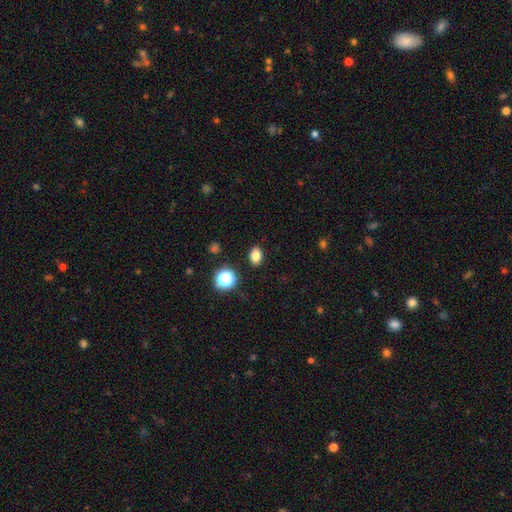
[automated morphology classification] The model was most divided on "how rounded": in between: 69%, round: 30%, cigar-shaped: 1%. More confident: merging — none (88%); smooth or featured — smooth (80%).